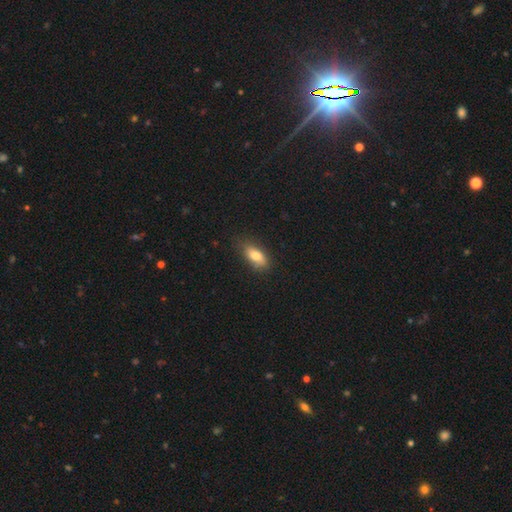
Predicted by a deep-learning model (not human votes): This appears to be a smooth galaxy with no disk features (80%) that is in between round and cigar-shaped (85%). Merging: none (71%).